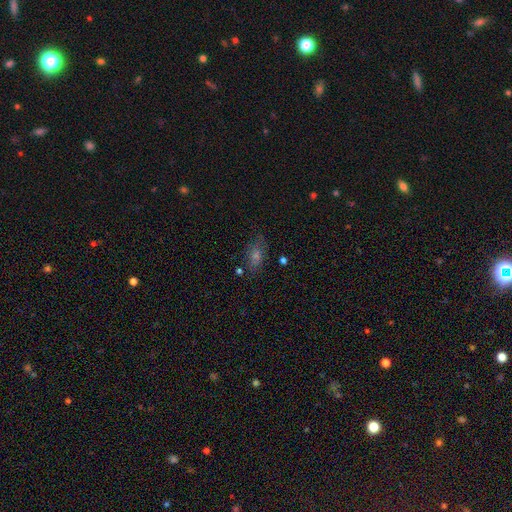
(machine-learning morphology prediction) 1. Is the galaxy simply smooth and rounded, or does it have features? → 45% smooth, 29% star or artifact, 26% featured or disk.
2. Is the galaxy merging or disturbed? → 74% none, 16% minor disturbance, 6% major disturbance, 4% merger.